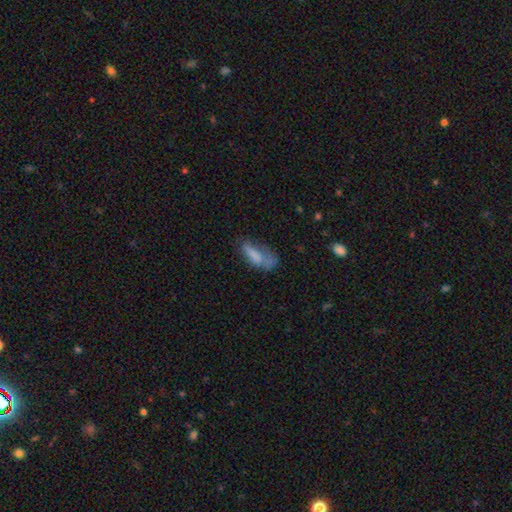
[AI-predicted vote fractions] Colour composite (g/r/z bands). It shows a smooth galaxy with no disk features (69%) that is in between round and cigar-shaped (65%). Merging: major disturbance (34%).